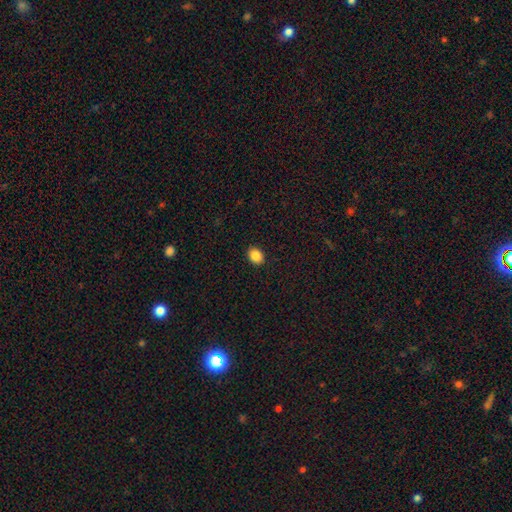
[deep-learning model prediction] Smooth or featured: smooth — 87% (star or artifact — 9%)
How rounded: in between — 57% (round — 43%)
Merging: none — 91% (minor disturbance — 6%)